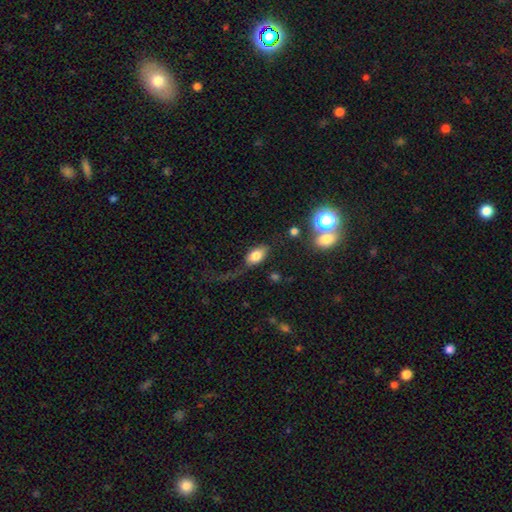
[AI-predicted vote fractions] Smooth or featured?
  - smooth: 77% *
  - featured or disk: 15%
  - star or artifact: 9%
How rounded?
  - in between: 90% *
  - round: 7%
  - cigar-shaped: 3%
Merging?
  - none: 47% *
  - major disturbance: 28%
  - minor disturbance: 18%
  - merger: 7%